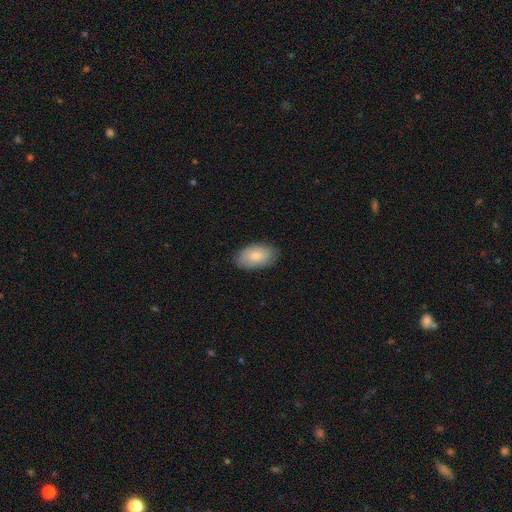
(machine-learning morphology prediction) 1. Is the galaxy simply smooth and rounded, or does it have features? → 81% smooth, 13% featured or disk, 6% star or artifact.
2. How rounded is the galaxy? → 93% in between, 5% round, 1% cigar-shaped.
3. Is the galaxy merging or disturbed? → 83% none, 13% minor disturbance, 3% major disturbance, 1% merger.